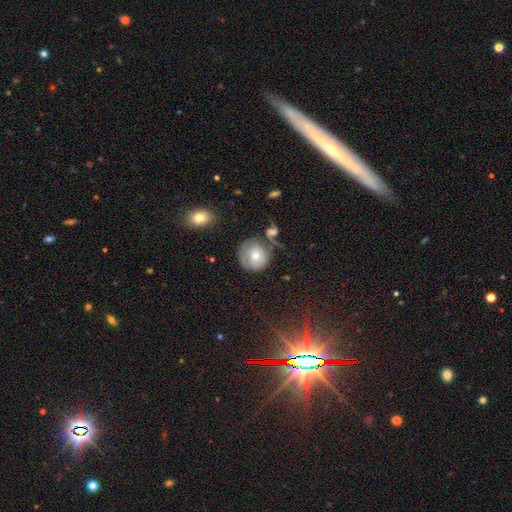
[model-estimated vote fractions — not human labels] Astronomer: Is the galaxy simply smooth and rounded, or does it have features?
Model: smooth — 52% (runner-up: featured or disk, 39%).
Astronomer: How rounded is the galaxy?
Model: round — 83%.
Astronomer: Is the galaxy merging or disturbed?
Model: none — 50%.